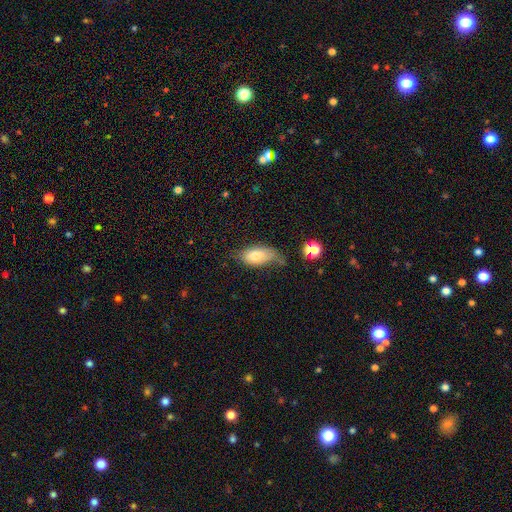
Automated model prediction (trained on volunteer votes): Morphology: type=smooth (75%); roundness=in between (91%); merging=none (41%).